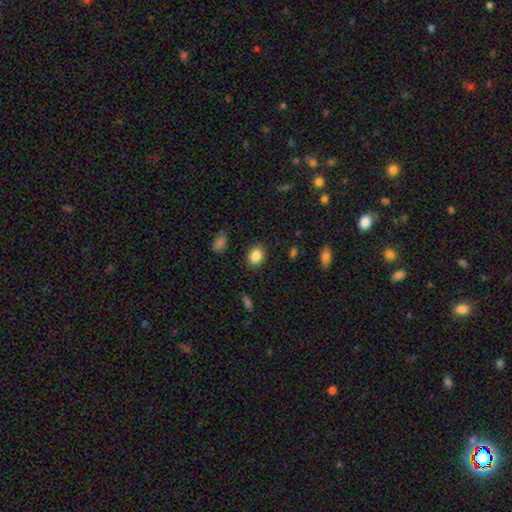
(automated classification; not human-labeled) smooth 86%, star or artifact 9%, featured or disk 5%. Down the decision tree: how rounded — in between (56%); merging — none (88%).